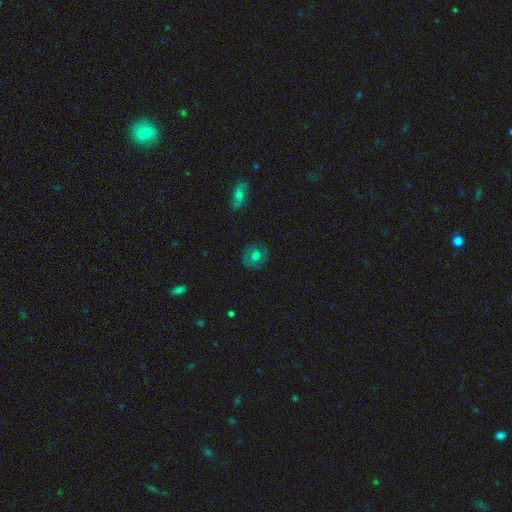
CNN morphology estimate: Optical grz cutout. It shows a smooth galaxy with no disk features (46%). Merging: none (78%).